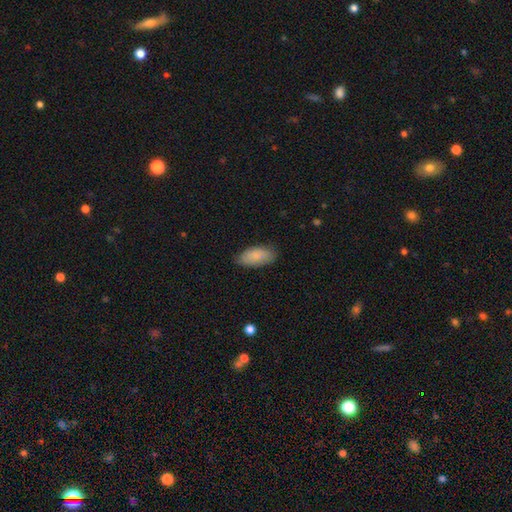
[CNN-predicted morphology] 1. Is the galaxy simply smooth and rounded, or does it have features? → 86% smooth, 8% featured or disk, 6% star or artifact.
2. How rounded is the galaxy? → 91% in between, 7% cigar-shaped, 2% round.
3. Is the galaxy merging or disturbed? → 77% none, 19% minor disturbance, 3% major disturbance, 1% merger.